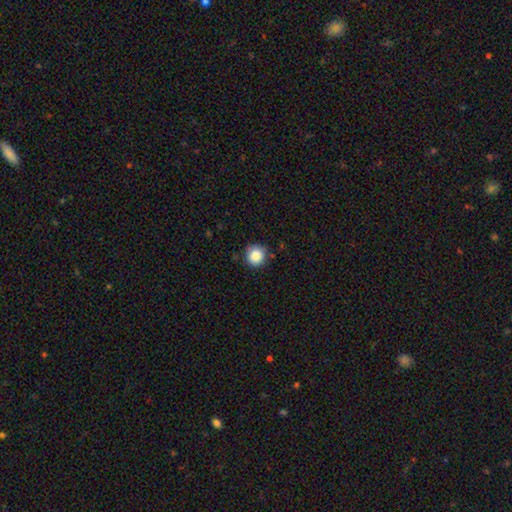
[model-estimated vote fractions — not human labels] This appears to be a smooth galaxy with no disk features (86%) that is round (93%). Merging: none (85%).